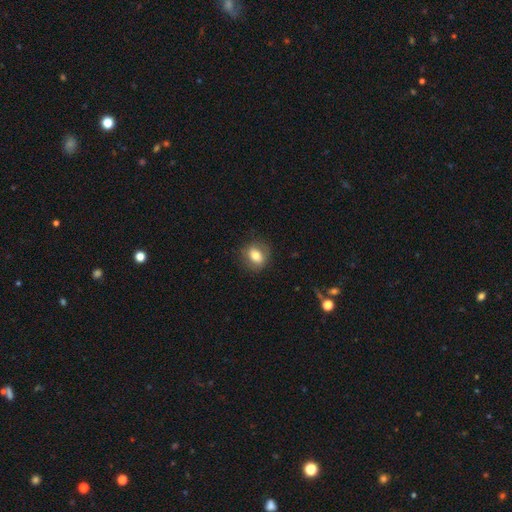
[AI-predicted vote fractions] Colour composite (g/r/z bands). It shows a smooth galaxy with no disk features (74%) that is round (52%). Merging: none (83%).